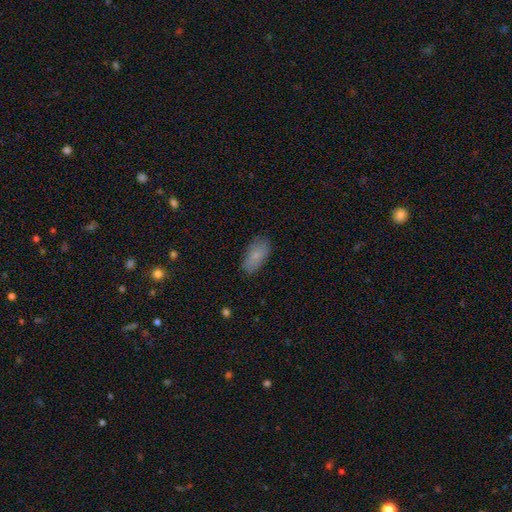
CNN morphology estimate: A smooth galaxy with no disk features (82%) that is in between round and cigar-shaped (91%).

Vote fractions:
- Smooth or featured? smooth: 82% / featured or disk: 10% / star or artifact: 8%
- How rounded? in between: 91% / cigar-shaped: 5% / round: 3%
- Merging? none: 84% / minor disturbance: 12% / major disturbance: 3% / merger: 1%